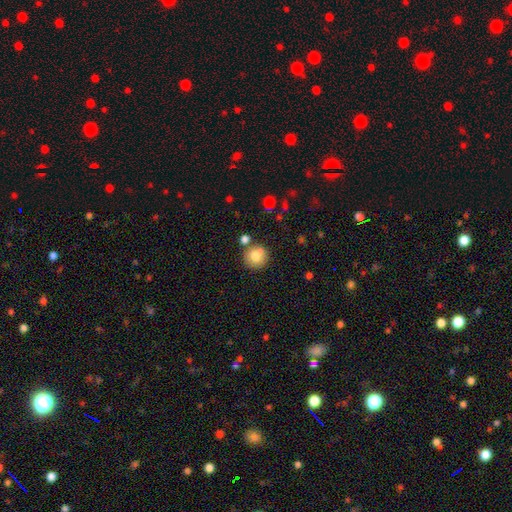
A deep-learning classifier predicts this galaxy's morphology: Smooth or featured? smooth (77%)
How rounded? round (93%)
Merging? none (71%)